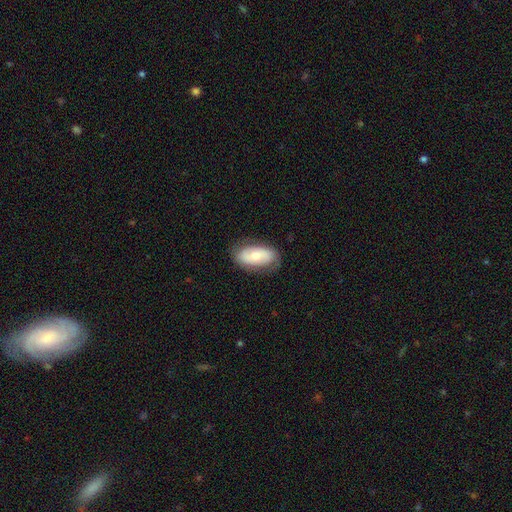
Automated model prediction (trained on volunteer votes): Overall: smooth (55%; featured or disk 39%). How rounded: in between (92%). Merging: none (77%).